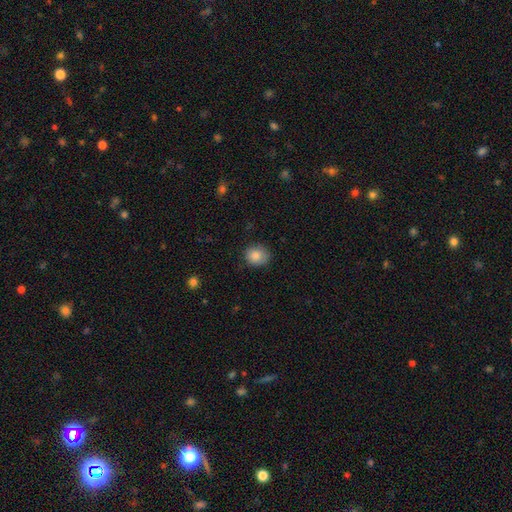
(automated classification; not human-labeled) This is clearly a smooth galaxy (85%). How rounded: likely round (77%). Merging: clearly none (81%).